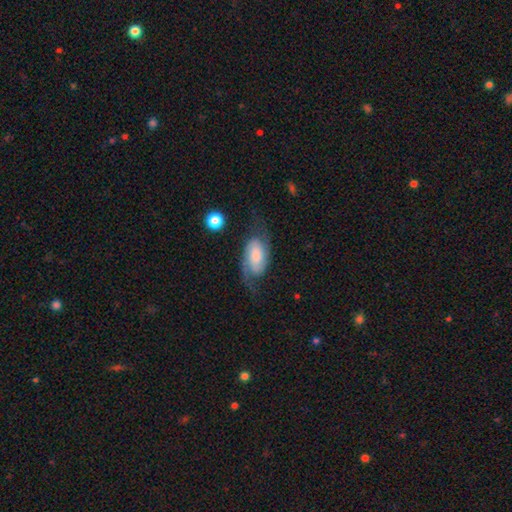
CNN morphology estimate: smooth_or_featured: featured or disk (p=0.66) [alt: smooth p=0.27]
disk_edge_on: no (p=0.95) [alt: yes p=0.05]
bar: no (p=0.61) [alt: weak p=0.31]
has_spiral_arms: yes (p=0.93) [alt: no p=0.07]
spiral_winding: medium (p=0.43) [alt: loose p=0.34]
spiral_arm_count: 2 (p=0.85) [alt: can't tell p=0.06]
bulge_size: moderate (p=0.28) [alt: small p=0.26]
merging: none (p=0.57) [alt: minor disturbance p=0.21]